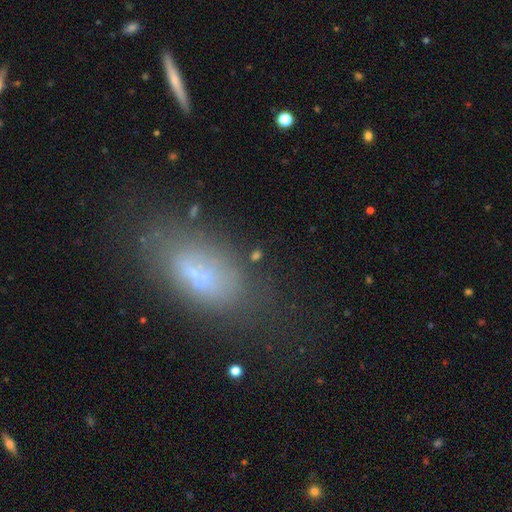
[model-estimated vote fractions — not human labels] Smooth or featured?
  - smooth: 49% *
  - featured or disk: 26%
  - star or artifact: 25%
Merging?
  - none: 63% *
  - minor disturbance: 18%
  - major disturbance: 12%
  - merger: 7%